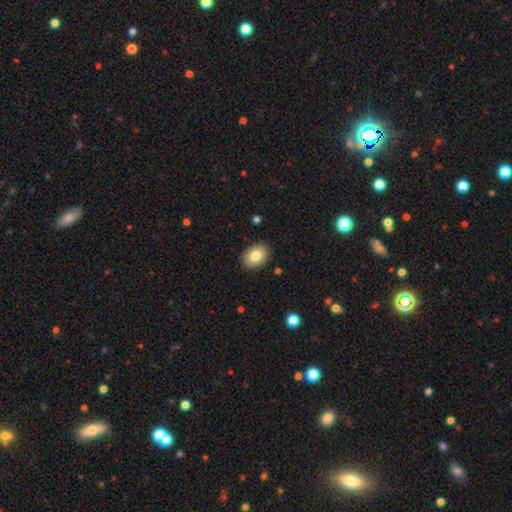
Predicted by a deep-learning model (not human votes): Morphology: type=smooth (81%); roundness=in between (74%); merging=none (89%).